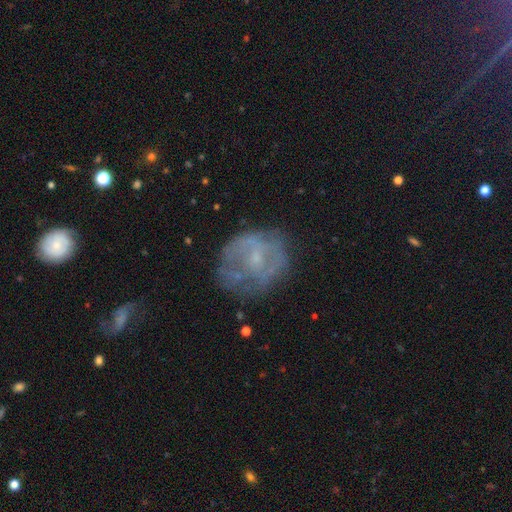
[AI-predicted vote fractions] This appears to be a featured or disk galaxy (58%) with no bar (64%), no spiral arms (61%) and a small central bulge (60%). Merging: none (57%).